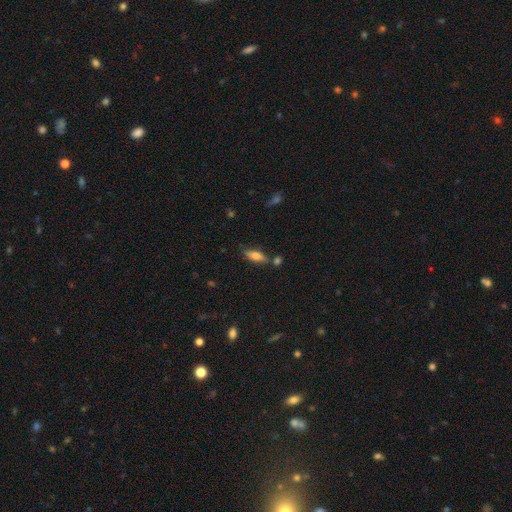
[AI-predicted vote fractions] This appears to be a smooth galaxy with no disk features (63%) that is in between round and cigar-shaped (62%). Merging: none (70%).